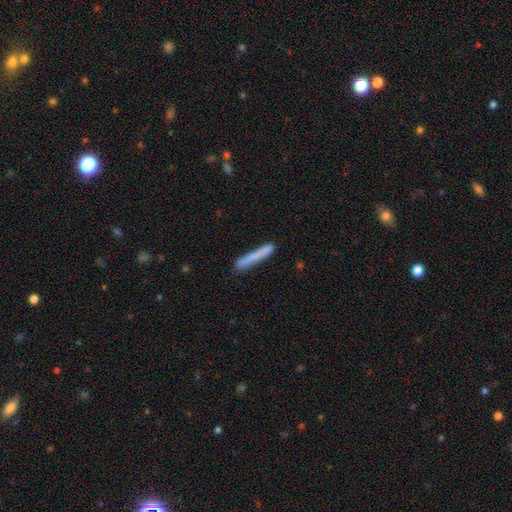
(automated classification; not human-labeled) A smooth galaxy with no disk features (71%) that is cigar-shaped (96%). Merging: none (81%).